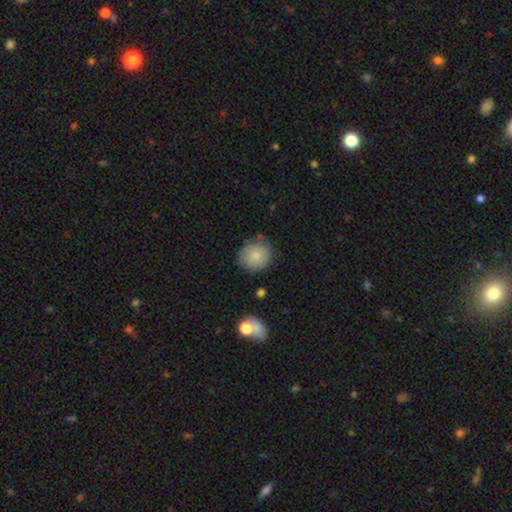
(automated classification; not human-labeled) The model was most divided on "merging": none: 76%, minor disturbance: 17%, major disturbance: 4%, merger: 3%. More confident: how rounded — round (86%); smooth or featured — smooth (79%).